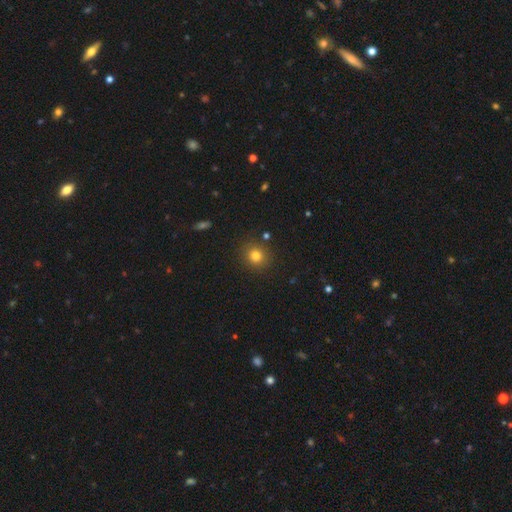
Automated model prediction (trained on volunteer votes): A smooth galaxy with no disk features (80%) that is round (88%). Merging: none (88%).